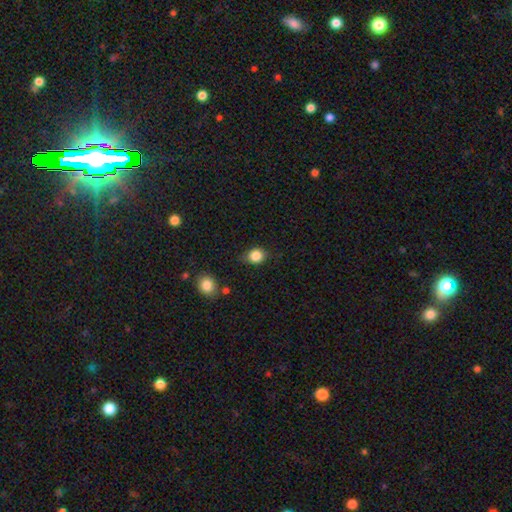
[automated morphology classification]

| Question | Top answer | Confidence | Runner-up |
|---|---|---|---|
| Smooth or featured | smooth | 84% | star or artifact (10%) |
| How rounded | round | 72% | in between (27%) |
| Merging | none | 71% | minor disturbance (21%) |